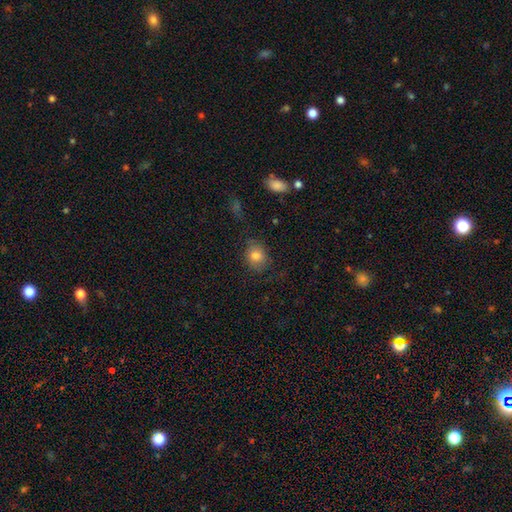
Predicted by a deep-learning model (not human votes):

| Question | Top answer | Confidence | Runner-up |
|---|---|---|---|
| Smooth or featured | smooth | 80% | featured or disk (10%) |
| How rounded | round | 58% | in between (41%) |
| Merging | none | 70% | minor disturbance (20%) |